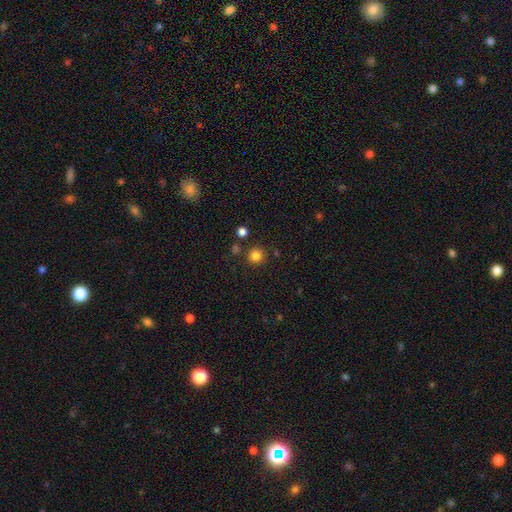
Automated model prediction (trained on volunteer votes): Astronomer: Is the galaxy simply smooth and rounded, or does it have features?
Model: smooth — 82%.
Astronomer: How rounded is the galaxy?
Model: round — 94%.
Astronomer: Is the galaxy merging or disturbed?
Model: none — 86%.